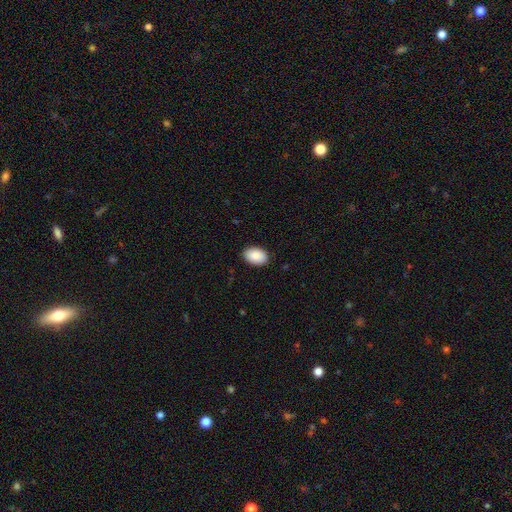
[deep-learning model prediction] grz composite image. It shows a smooth galaxy with no disk features (90%) that is in between round and cigar-shaped (89%). Merging: none (88%).